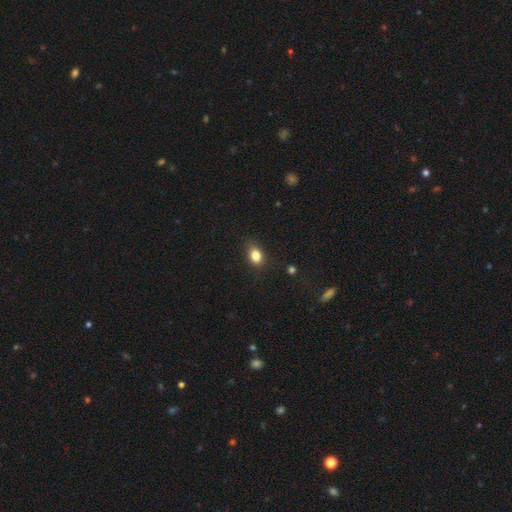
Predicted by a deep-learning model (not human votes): Smooth or featured? smooth (83%)
How rounded? in between (67%)
Merging? none (80%)